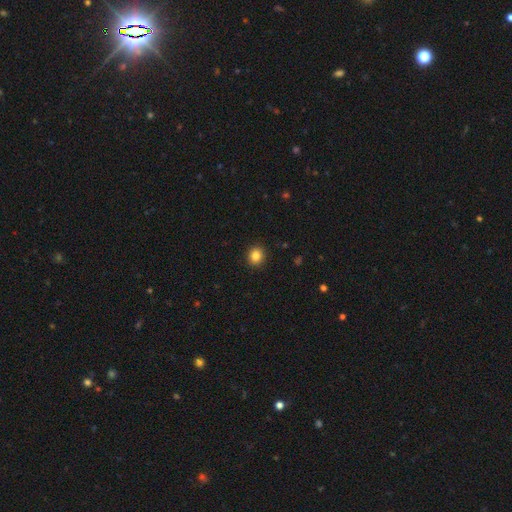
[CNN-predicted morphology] smooth_or_featured: smooth (p=0.84) [alt: star or artifact p=0.11]
how_rounded: round (p=0.84) [alt: in between p=0.15]
merging: none (p=0.92) [alt: minor disturbance p=0.05]